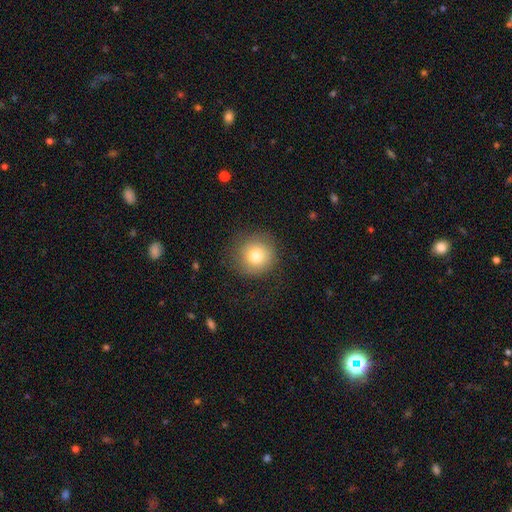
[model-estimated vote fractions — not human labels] This is likely a smooth galaxy (78%). How rounded: clearly round (93%). Merging: clearly none (82%).